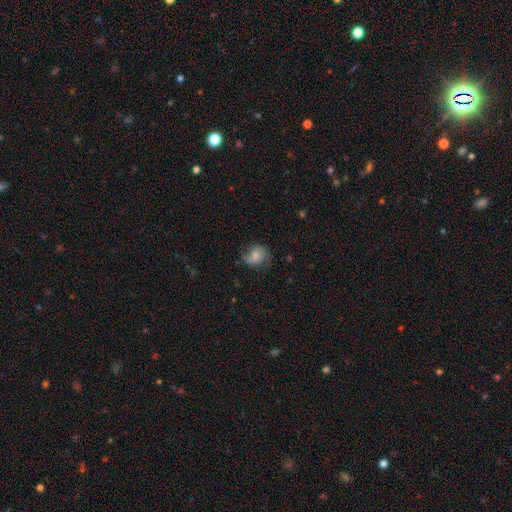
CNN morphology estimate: A smooth galaxy with no disk features (54%) that is round (63%).

Vote fractions:
- Smooth or featured? smooth: 54% / featured or disk: 37% / star or artifact: 9%
- How rounded? round: 63% / in between: 36% / cigar-shaped: 1%
- Merging? none: 65% / minor disturbance: 24% / major disturbance: 10% / merger: 1%